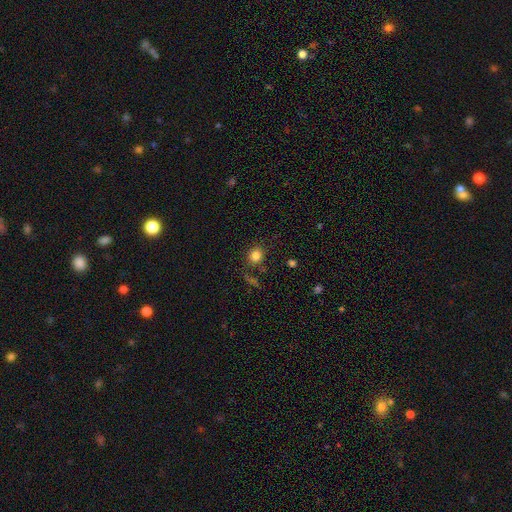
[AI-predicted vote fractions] Q: Smooth or featured?
A: smooth (82%); runner-up: star or artifact (12%)
Q: How rounded?
A: round (75%); runner-up: in between (23%)
Q: Merging?
A: none (81%); runner-up: minor disturbance (11%)